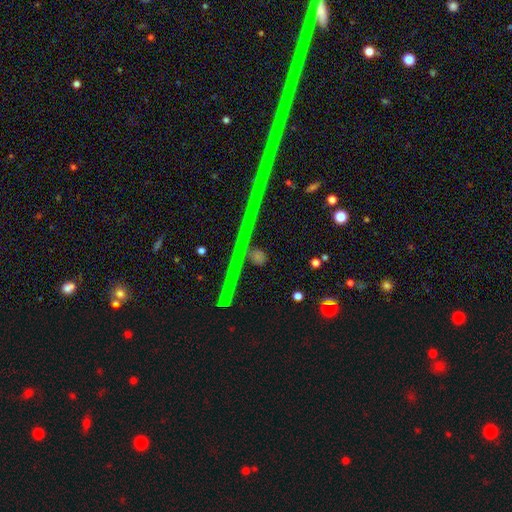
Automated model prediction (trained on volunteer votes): The model was most divided on "smooth or featured": star or artifact: 74%, featured or disk: 13%, smooth: 13%.